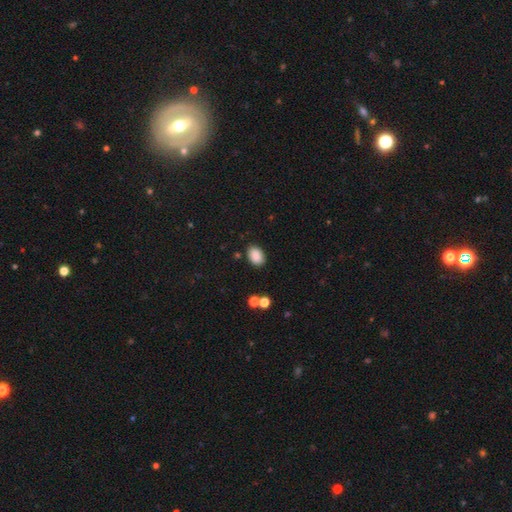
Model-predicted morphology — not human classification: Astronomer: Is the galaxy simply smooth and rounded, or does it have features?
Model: smooth — 88%.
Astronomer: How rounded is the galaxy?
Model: in between — 83%.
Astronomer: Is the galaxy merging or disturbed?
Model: none — 86%.